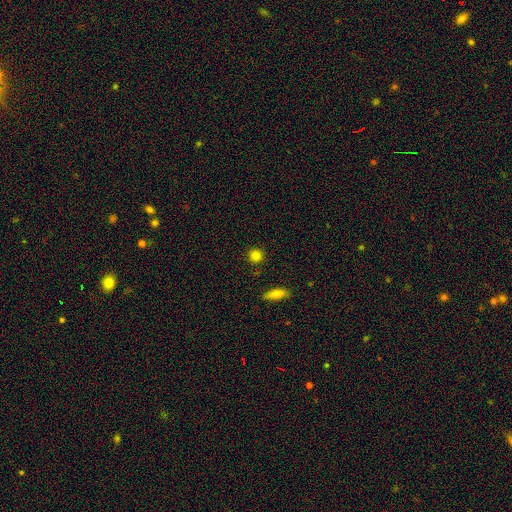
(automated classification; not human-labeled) The model was most divided on "smooth or featured": smooth: 84%, star or artifact: 11%, featured or disk: 5%. More confident: how rounded — round (91%); merging — none (90%).